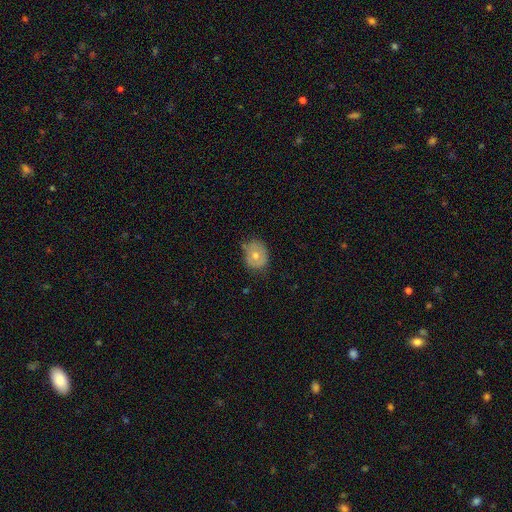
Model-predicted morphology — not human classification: Smooth or featured? smooth (65%)
How rounded? round (62%)
Merging? none (69%)